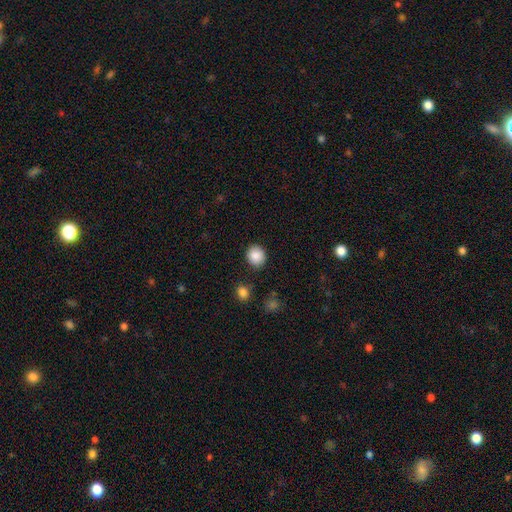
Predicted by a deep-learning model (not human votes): Smooth or featured? smooth (88%)
How rounded? round (81%)
Merging? none (86%)